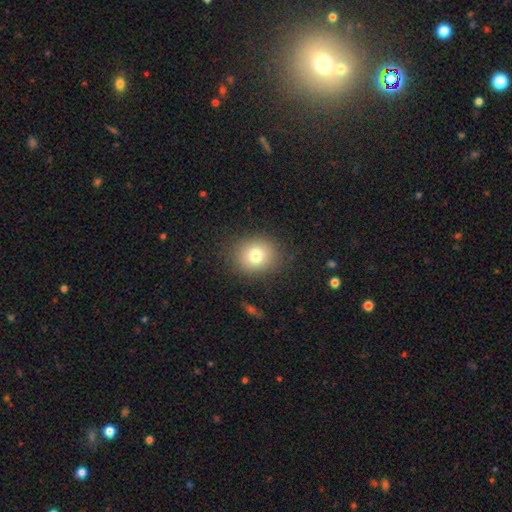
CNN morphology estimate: smooth-or-featured: smooth: 77% | star or artifact: 12% | featured or disk: 11%
  how-rounded: round: 72% | in between: 28% | cigar-shaped: 1%
  merging: none: 86% | minor disturbance: 9% | major disturbance: 4% | merger: 1%